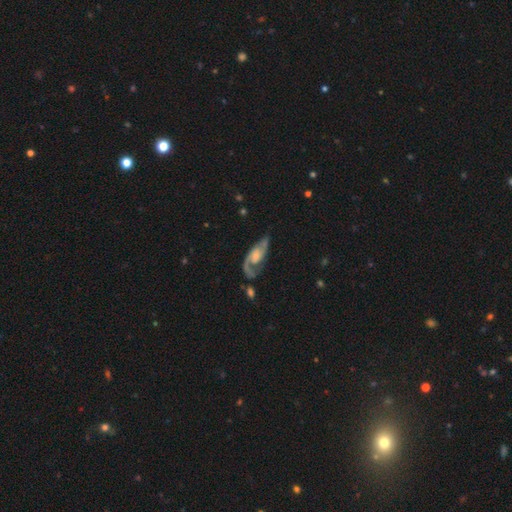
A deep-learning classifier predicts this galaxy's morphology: Smooth or featured?
  - featured or disk: 84% *
  - smooth: 11%
  - star or artifact: 5%
Edge-on disk?
  - no: 95% *
  - yes: 5%
Bar?
  - no: 62% *
  - weak: 31%
  - strong: 8%
Spiral arms?
  - yes: 95% *
  - no: 5%
Spiral winding?
  - medium: 48% *
  - loose: 32%
  - tight: 20%
Spiral arm count?
  - 2: 75% *
  - 1: 17%
  - can't tell: 4%
  - 3: 2%
  - 4: 1%
  - more than 4: 1%
Bulge size?
  - small: 46% *
  - moderate: 32%
  - none: 13%
  - large: 7%
  - dominant: 2%
Merging?
  - none: 51% *
  - major disturbance: 22%
  - minor disturbance: 22%
  - merger: 5%